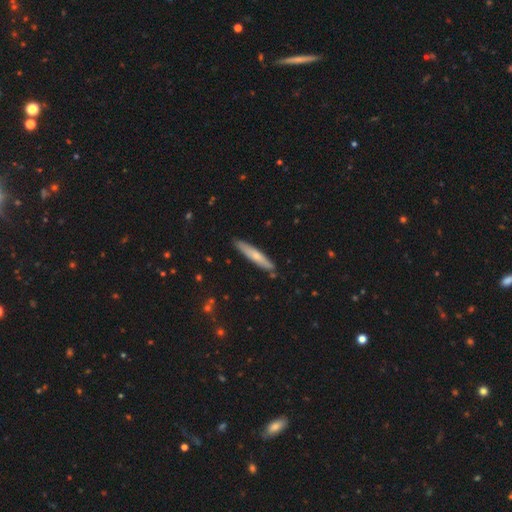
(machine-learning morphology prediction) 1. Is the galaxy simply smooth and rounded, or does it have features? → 57% smooth, 37% featured or disk, 6% star or artifact.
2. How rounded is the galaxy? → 92% cigar-shaped, 7% in between, 1% round.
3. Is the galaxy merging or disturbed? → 86% none, 10% minor disturbance, 2% merger, 2% major disturbance.